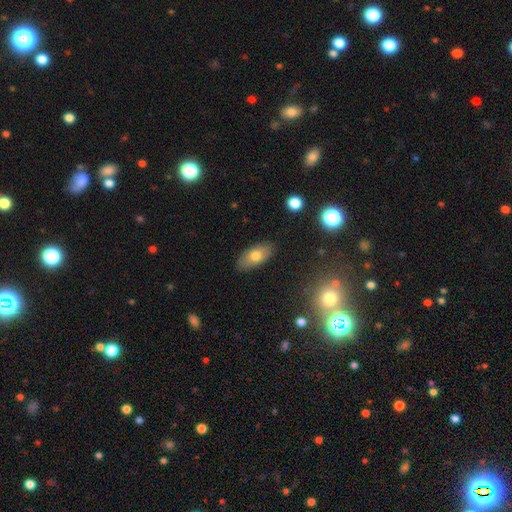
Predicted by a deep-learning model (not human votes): The model was most divided on "smooth or featured": smooth: 73%, featured or disk: 19%, star or artifact: 8%. More confident: how rounded — in between (90%); merging — none (86%).